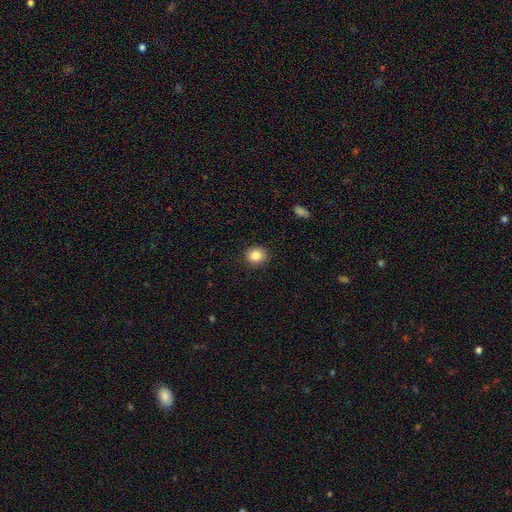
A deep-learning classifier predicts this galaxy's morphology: smooth_or_featured: smooth (p=0.85) [alt: star or artifact p=0.10]
how_rounded: round (p=0.80) [alt: in between p=0.19]
merging: none (p=0.90) [alt: minor disturbance p=0.07]